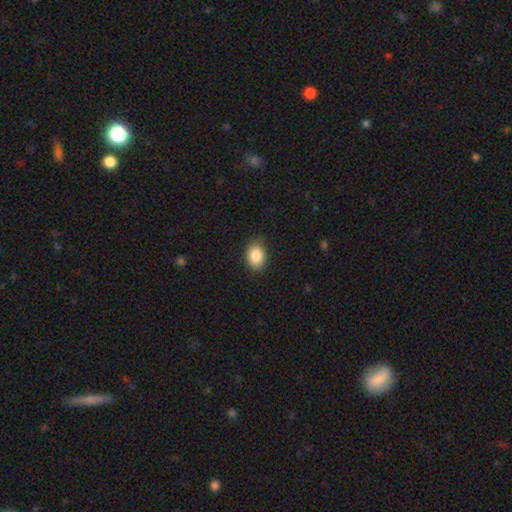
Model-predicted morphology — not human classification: Q: Smooth or featured?
A: smooth (88%); runner-up: star or artifact (8%)
Q: How rounded?
A: in between (75%); runner-up: round (24%)
Q: Merging?
A: none (83%); runner-up: minor disturbance (14%)